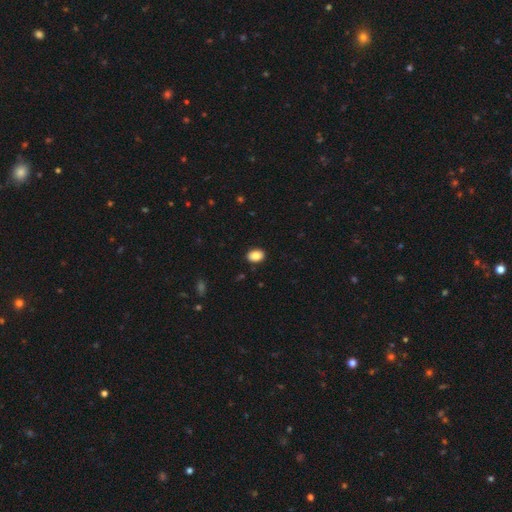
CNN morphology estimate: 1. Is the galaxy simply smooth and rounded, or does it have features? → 86% smooth, 8% star or artifact, 6% featured or disk.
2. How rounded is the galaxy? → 77% in between, 22% round, 1% cigar-shaped.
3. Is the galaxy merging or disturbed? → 89% none, 8% minor disturbance, 2% major disturbance, 1% merger.